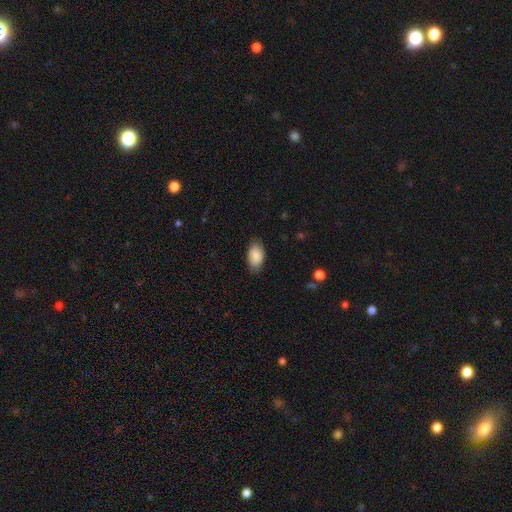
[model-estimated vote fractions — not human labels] Smooth or featured? smooth (86%)
How rounded? in between (93%)
Merging? none (82%)